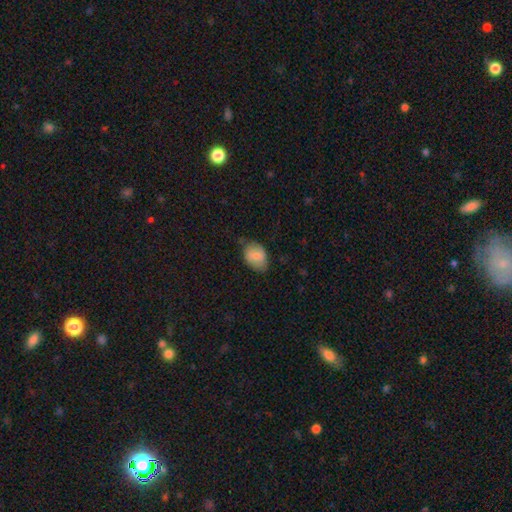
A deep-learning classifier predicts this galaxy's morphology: smooth_or_featured: smooth (p=0.78) [alt: featured or disk p=0.15]
how_rounded: in between (p=0.76) [alt: round p=0.22]
merging: none (p=0.62) [alt: minor disturbance p=0.30]